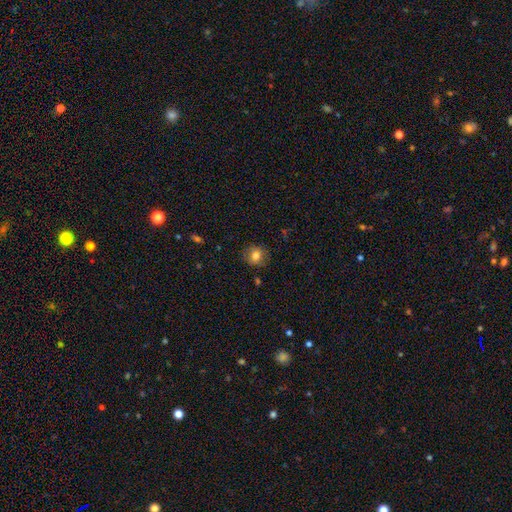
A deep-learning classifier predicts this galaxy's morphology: Overall: smooth (80%). How rounded: round (85%). Merging: none (86%).